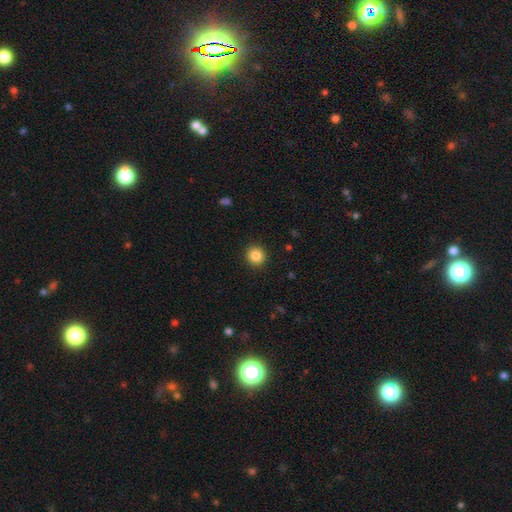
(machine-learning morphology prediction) Smooth or featured? Predicted: smooth (p=0.86). How rounded? Predicted: round (p=0.92). Merging? Predicted: none (p=0.92).